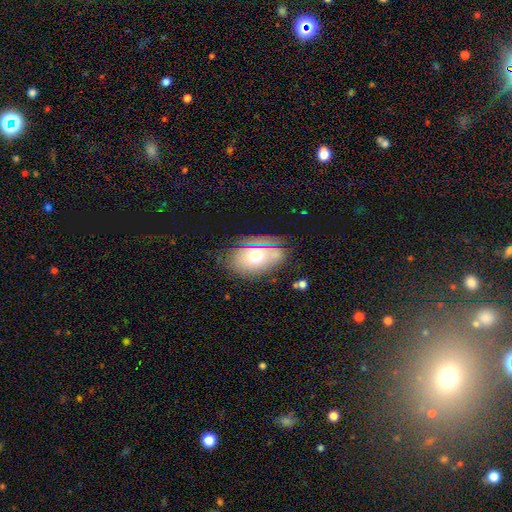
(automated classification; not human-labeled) A smooth galaxy with no disk features (55%) that is in between round and cigar-shaped (82%). Merging: none (72%).